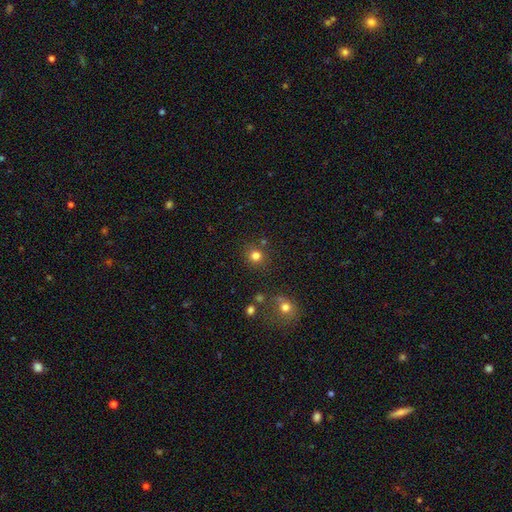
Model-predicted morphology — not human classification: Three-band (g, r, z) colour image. It shows a smooth galaxy with no disk features (79%) that is round (90%). Merging: none (82%).